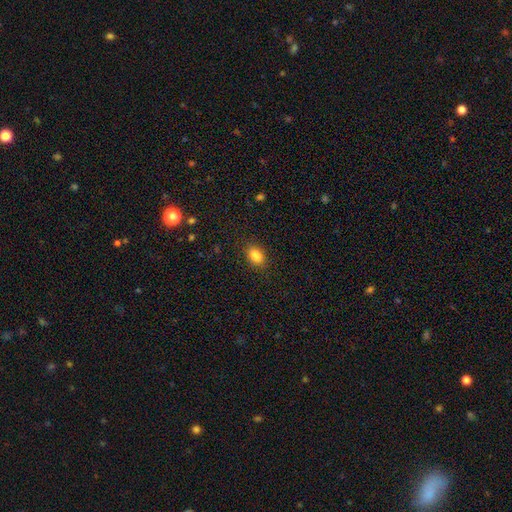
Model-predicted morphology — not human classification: smooth-or-featured: smooth: 86% | star or artifact: 10% | featured or disk: 4%
  how-rounded: in between: 85% | round: 13% | cigar-shaped: 3%
  merging: none: 84% | minor disturbance: 11% | major disturbance: 3% | merger: 2%